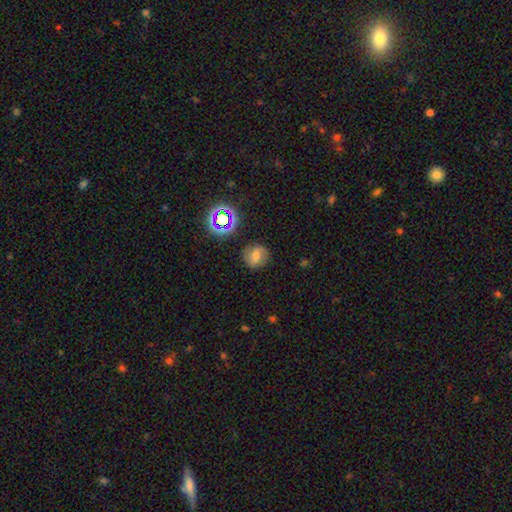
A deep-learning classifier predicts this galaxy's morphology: type=smooth (53%); roundness=round (82%); merging=none (81%).